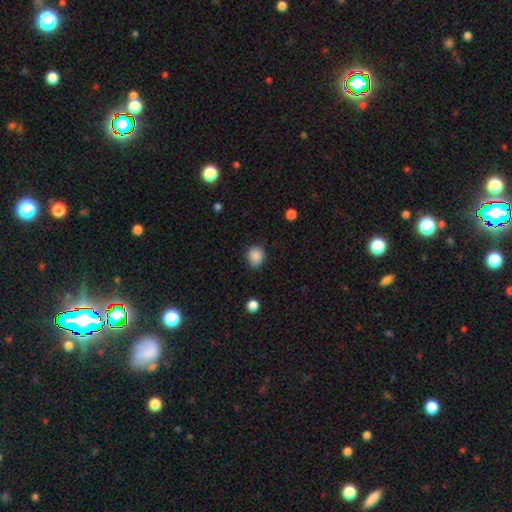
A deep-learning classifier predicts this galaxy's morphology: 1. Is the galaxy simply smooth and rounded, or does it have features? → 87% smooth, 10% star or artifact, 3% featured or disk.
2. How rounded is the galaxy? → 69% round, 31% in between, 1% cigar-shaped.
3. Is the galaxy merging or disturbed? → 79% none, 16% minor disturbance, 3% major disturbance, 1% merger.